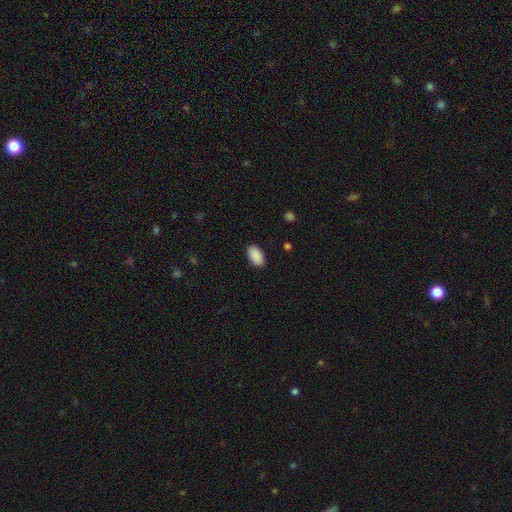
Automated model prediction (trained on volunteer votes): smooth 91%, star or artifact 7%, featured or disk 3%. Down the decision tree: how rounded — in between (95%); merging — none (89%).